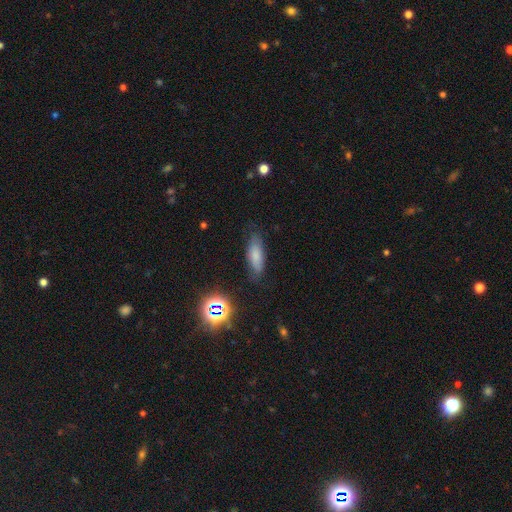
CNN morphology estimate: Smooth or featured: smooth — 73% (featured or disk — 14%)
How rounded: in between — 66% (cigar-shaped — 31%)
Merging: none — 76% (minor disturbance — 18%)